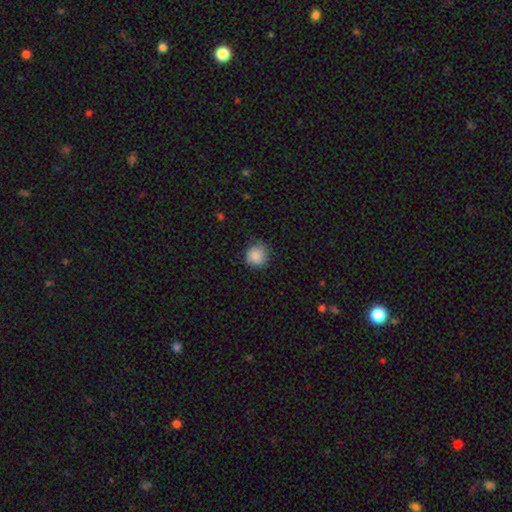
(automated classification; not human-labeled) Smooth or featured: smooth — 86% (star or artifact — 8%)
How rounded: round — 90% (in between — 9%)
Merging: none — 76% (minor disturbance — 20%)